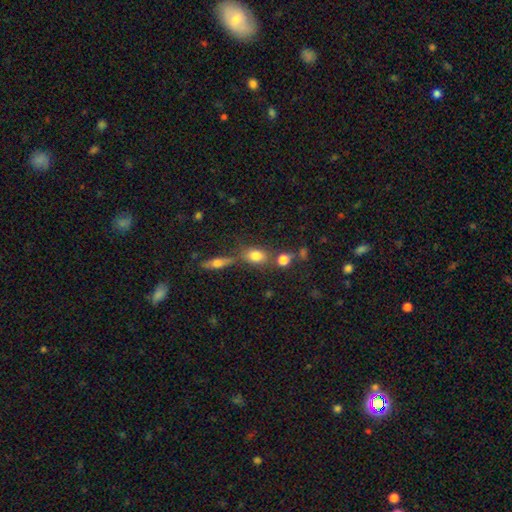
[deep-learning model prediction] Smooth or featured?
  - smooth: 79% *
  - featured or disk: 11%
  - star or artifact: 10%
How rounded?
  - in between: 73% *
  - round: 23%
  - cigar-shaped: 4%
Merging?
  - none: 60% *
  - merger: 22%
  - minor disturbance: 13%
  - major disturbance: 5%